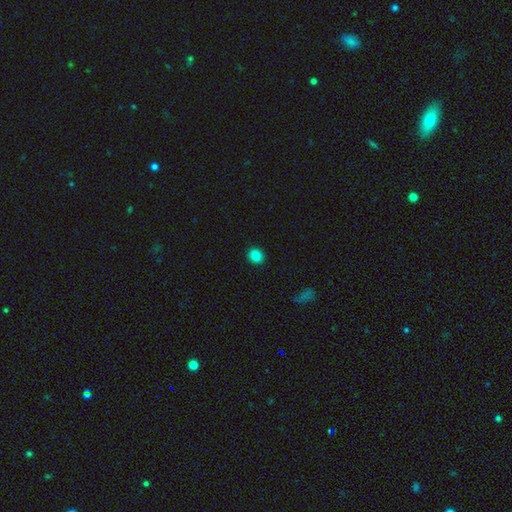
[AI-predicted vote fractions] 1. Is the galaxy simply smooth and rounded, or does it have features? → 84% smooth, 11% star or artifact, 5% featured or disk.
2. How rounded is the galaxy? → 75% round, 24% in between, 1% cigar-shaped.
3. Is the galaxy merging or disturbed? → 92% none, 6% minor disturbance, 2% major disturbance, 1% merger.